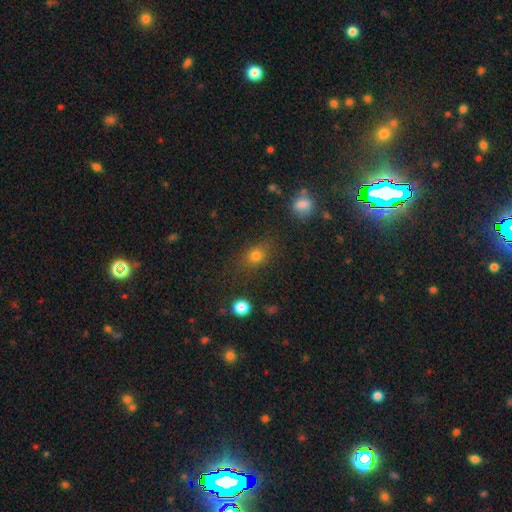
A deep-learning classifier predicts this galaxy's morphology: This is likely a smooth galaxy (77%). How rounded: possibly round (59%). Merging: likely none (78%).